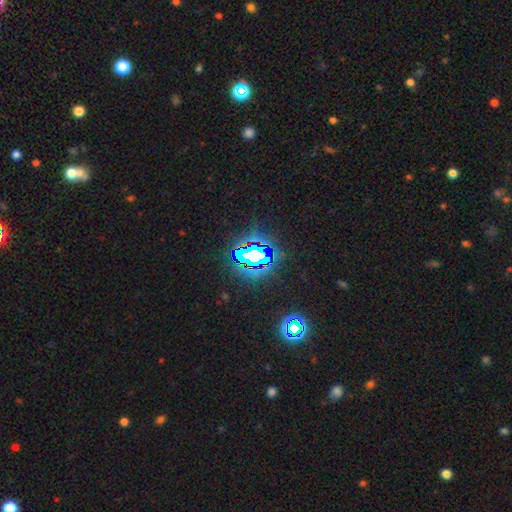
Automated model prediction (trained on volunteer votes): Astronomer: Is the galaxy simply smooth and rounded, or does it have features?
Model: star or artifact — 75%.